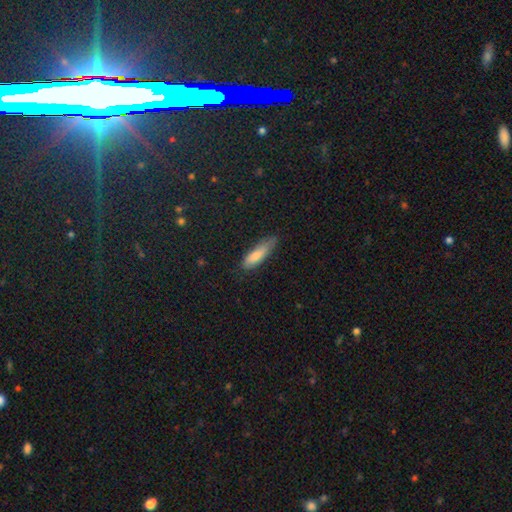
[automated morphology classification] The model was most divided on "how rounded": cigar-shaped: 60%, in between: 39%, round: 2%. More confident: smooth or featured — smooth (79%); merging — none (65%).